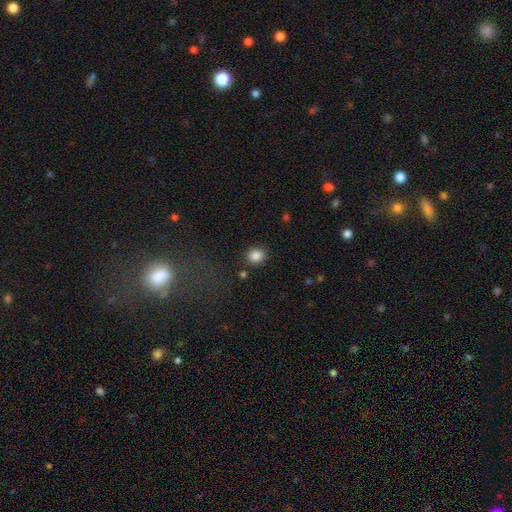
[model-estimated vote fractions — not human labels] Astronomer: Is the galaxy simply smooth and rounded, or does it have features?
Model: smooth — 86%.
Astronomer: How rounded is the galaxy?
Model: round — 73%.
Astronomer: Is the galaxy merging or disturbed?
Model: none — 85%.